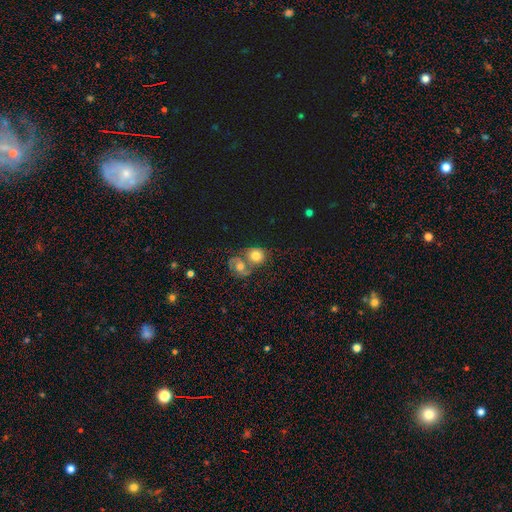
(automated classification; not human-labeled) A smooth galaxy with no disk features (63%) that is round (74%).

Vote fractions:
- Smooth or featured? smooth: 63% / featured or disk: 27% / star or artifact: 10%
- How rounded? round: 74% / in between: 25% / cigar-shaped: 1%
- Merging? merger: 50% / none: 35% / minor disturbance: 10% / major disturbance: 5%